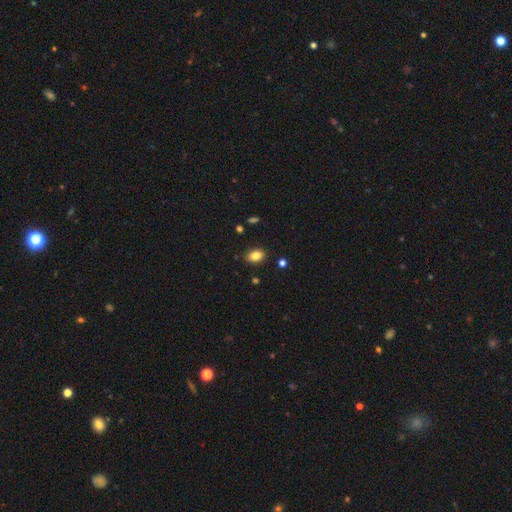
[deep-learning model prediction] Morphology: type=smooth (84%); roundness=in between (79%); merging=none (87%).